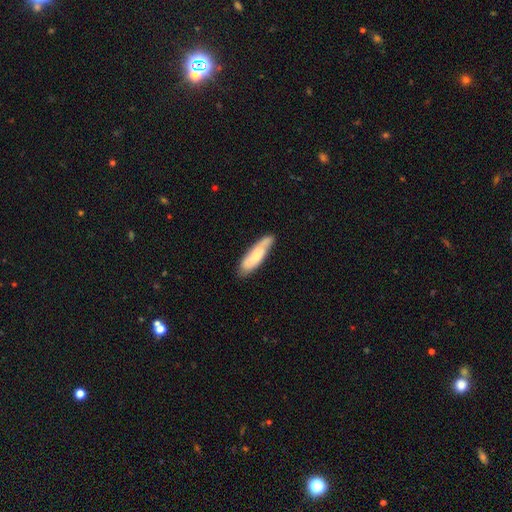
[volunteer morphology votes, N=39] This is likely a smooth galaxy (62%). How rounded: likely cigar-shaped (62%). Merging: clearly none (81%).